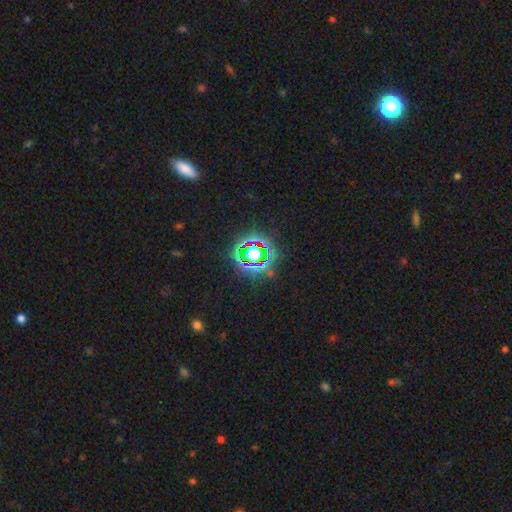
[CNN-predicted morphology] smooth_or_featured: star or artifact (p=0.72) [alt: smooth p=0.16]